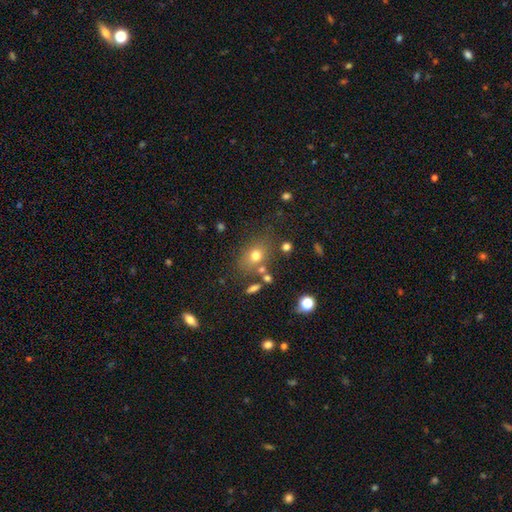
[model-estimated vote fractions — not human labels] This is likely a smooth galaxy (71%). How rounded: possibly in between (53%). Merging: likely none (68%).